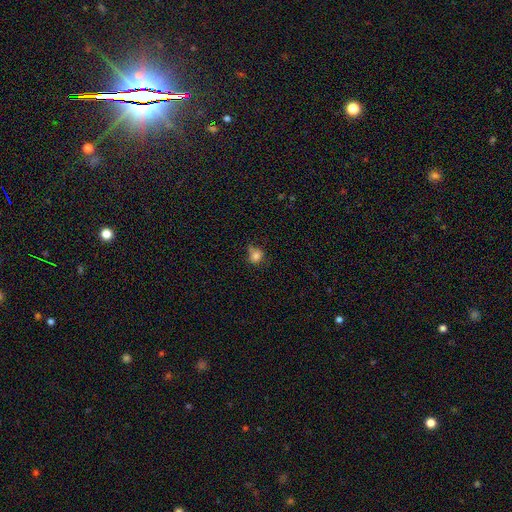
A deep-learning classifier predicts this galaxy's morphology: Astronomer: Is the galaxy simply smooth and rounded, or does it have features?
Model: smooth — 79%.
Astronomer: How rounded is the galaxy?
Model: round — 75%.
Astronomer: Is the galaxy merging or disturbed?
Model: none — 55%.